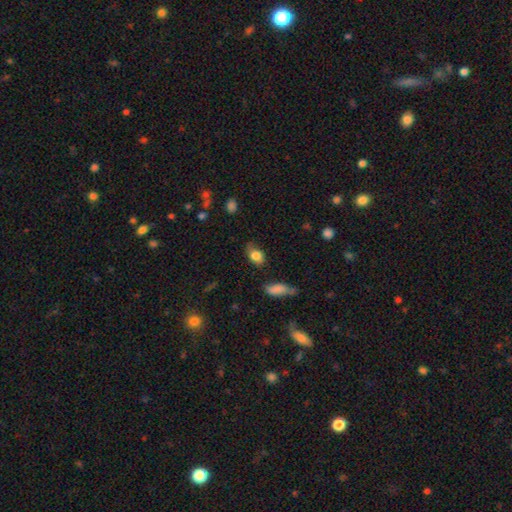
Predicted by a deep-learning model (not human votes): Morphology: type=smooth (81%); roundness=in between (76%); merging=none (55%).